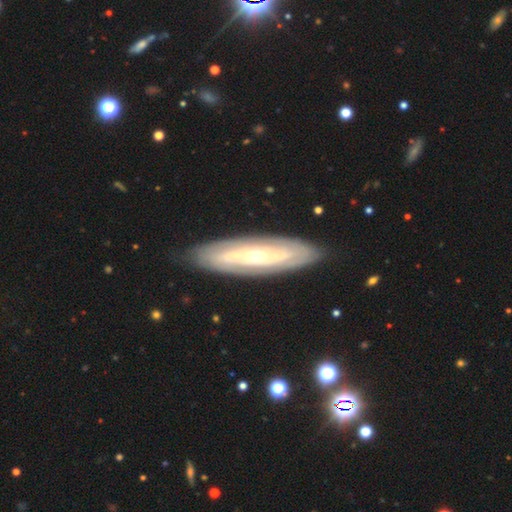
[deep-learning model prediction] This appears to be a featured or disk galaxy (76%) with no bar (65%), spiral arms (75%) and a small central bulge (58%). Merging: none (86%).